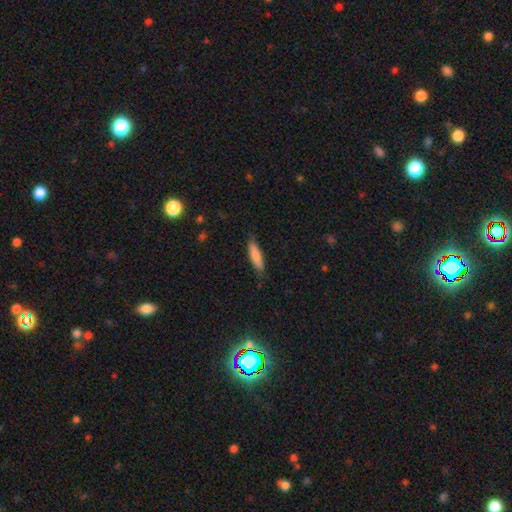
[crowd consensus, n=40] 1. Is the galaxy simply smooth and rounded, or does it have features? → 78% smooth, 18% featured or disk, 5% star or artifact.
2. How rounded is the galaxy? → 77% cigar-shaped, 19% in between, 3% round.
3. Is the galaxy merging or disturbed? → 66% none, 21% minor disturbance, 11% major disturbance, 3% merger.